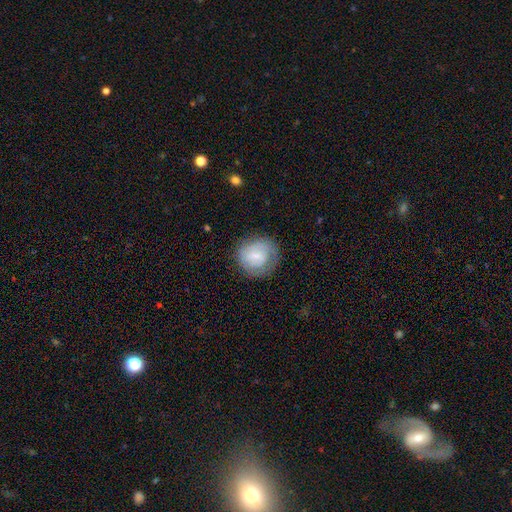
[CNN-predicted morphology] smooth 55%, featured or disk 38%, star or artifact 7%. Down the decision tree: how rounded — round (86%); merging — none (71%).